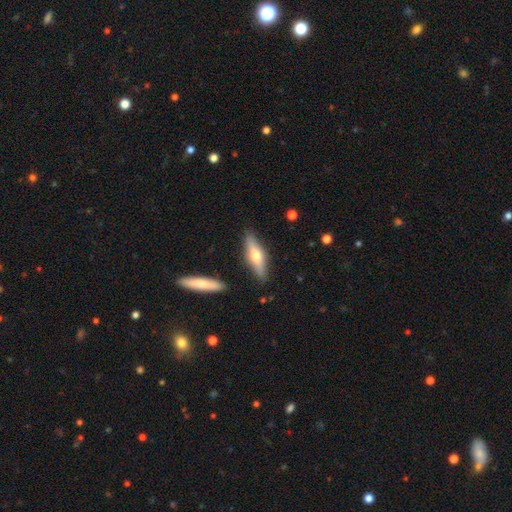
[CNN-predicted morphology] Smooth or featured? Predicted: smooth (p=0.48). Merging? Predicted: none (p=0.85).